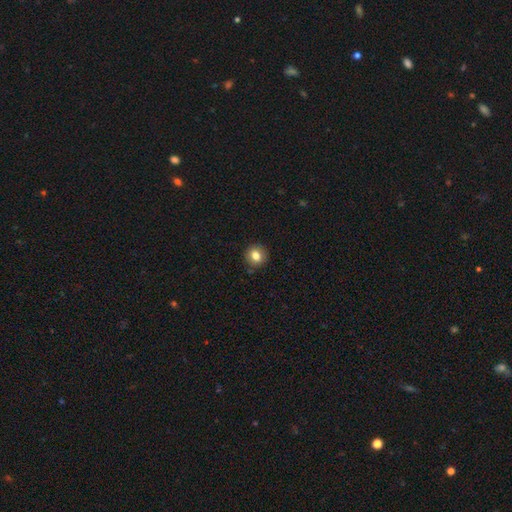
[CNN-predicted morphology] smooth 80%, star or artifact 10%, featured or disk 9%. Down the decision tree: how rounded — round (88%); merging — none (89%).